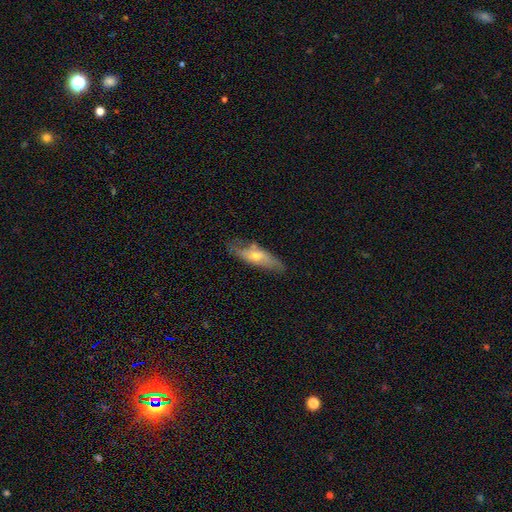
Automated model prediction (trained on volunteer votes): The model was most divided on "smooth or featured": featured or disk: 52%, smooth: 41%, star or artifact: 7%. More confident: merging — none (67%); edge-on disk — no (61%).